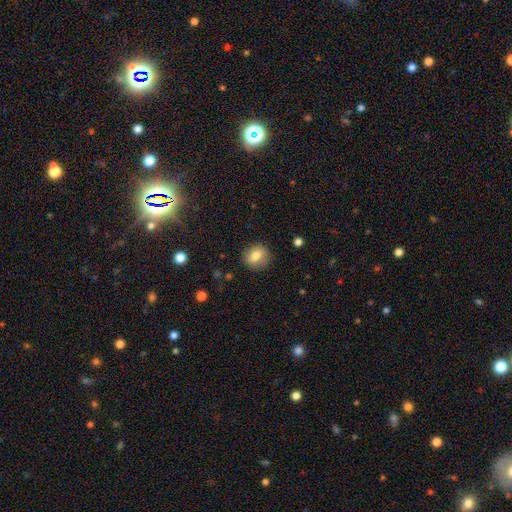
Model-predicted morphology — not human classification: type=smooth (76%); roundness=round (77%); merging=none (85%).